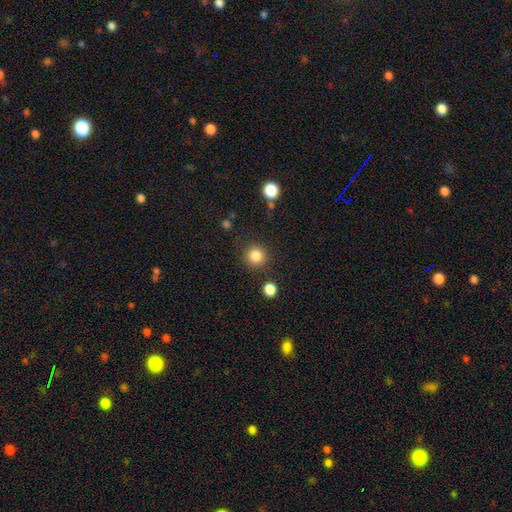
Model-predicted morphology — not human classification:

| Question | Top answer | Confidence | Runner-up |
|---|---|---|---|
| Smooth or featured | smooth | 85% | star or artifact (11%) |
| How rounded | round | 94% | in between (5%) |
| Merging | none | 88% | minor disturbance (7%) |